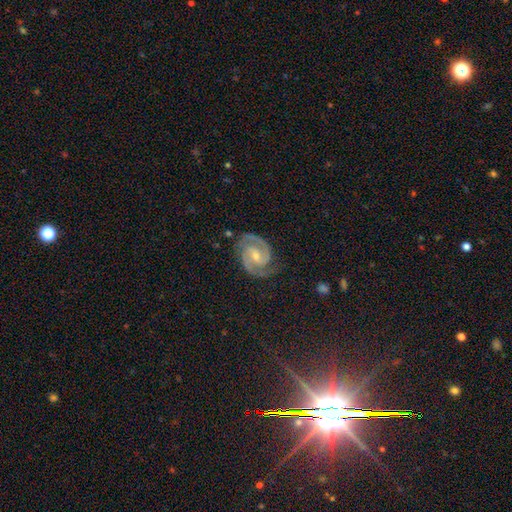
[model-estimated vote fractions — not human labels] smooth-or-featured: featured or disk: 91% | star or artifact: 6% | smooth: 3%
  disk-edge-on: no: 98% | yes: 2%
    bar: weak: 42% | no: 40% | strong: 18%
    has-spiral-arms: yes: 99% | no: 1%
      spiral-winding: tight: 55% | medium: 40% | loose: 5%
      spiral-arm-count: 2: 93% | 3: 2% | can't tell: 1% | 1: 1% | 4: 1% | more than 4: 1%
    bulge-size: small: 51% | moderate: 45% | none: 2% | large: 1% | dominant: 1%
  merging: none: 84% | minor disturbance: 12% | major disturbance: 3% | merger: 1%